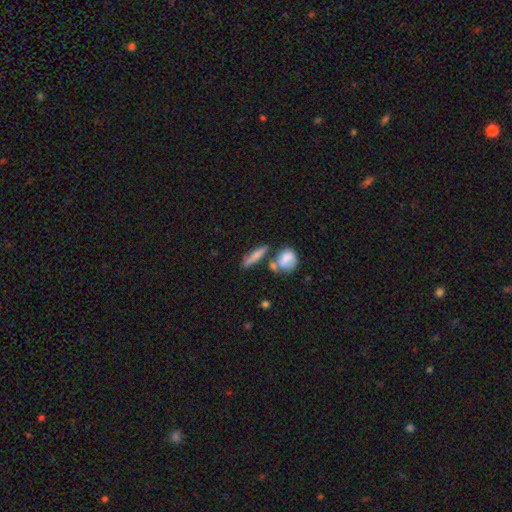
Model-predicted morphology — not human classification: A smooth galaxy with no disk features (71%) that is cigar-shaped (68%).

Vote fractions:
- Smooth or featured? smooth: 71% / featured or disk: 22% / star or artifact: 8%
- How rounded? cigar-shaped: 68% / in between: 25% / round: 8%
- Merging? none: 61% / merger: 22% / minor disturbance: 13% / major disturbance: 5%